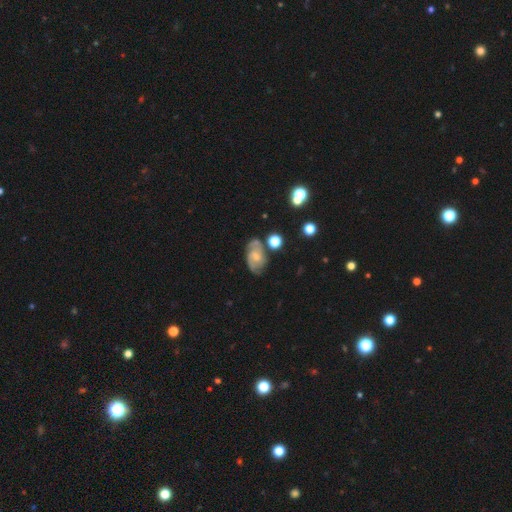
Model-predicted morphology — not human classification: Smooth or featured? Predicted: featured or disk (p=0.75). Edge-on disk? Predicted: no (p=0.97). Bar? Predicted: weak (p=0.47). Spiral arms? Predicted: yes (p=0.94). Spiral winding? Predicted: medium (p=0.47). Spiral arm count? Predicted: 2 (p=0.74). Bulge size? Predicted: small (p=0.48). Merging? Predicted: none (p=0.70).